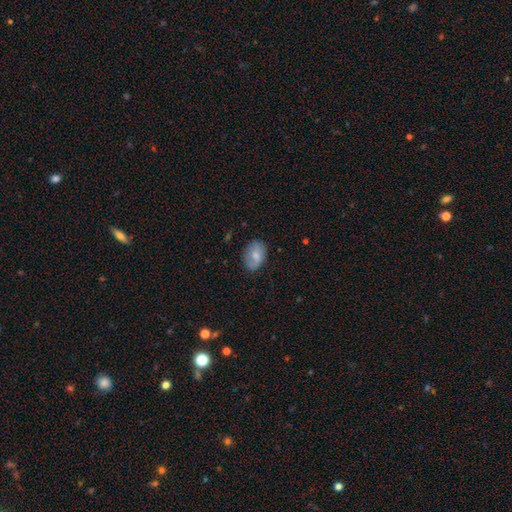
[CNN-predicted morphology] Smooth or featured? Predicted: smooth (p=0.68). How rounded? Predicted: in between (p=0.82). Merging? Predicted: none (p=0.74).